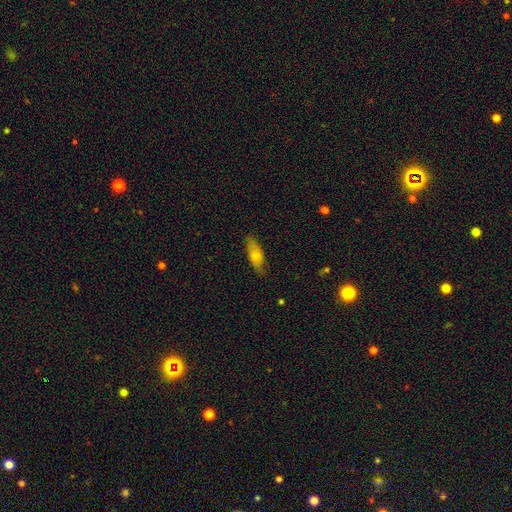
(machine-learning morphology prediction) A smooth galaxy with no disk features (68%) that is in between round and cigar-shaped (69%).

Vote fractions:
- Smooth or featured? smooth: 68% / featured or disk: 25% / star or artifact: 7%
- How rounded? in between: 69% / cigar-shaped: 28% / round: 3%
- Merging? none: 73% / minor disturbance: 21% / major disturbance: 4% / merger: 1%